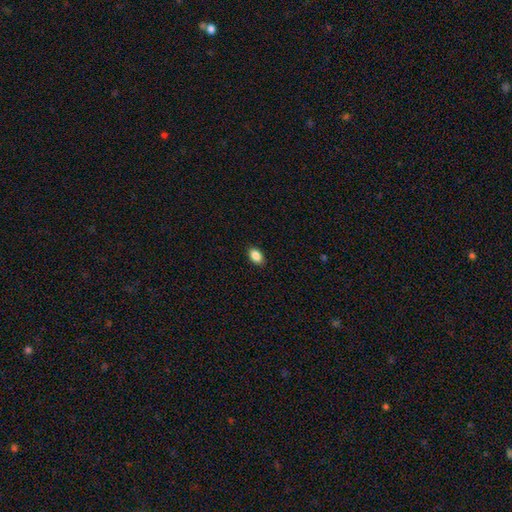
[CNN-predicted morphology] This appears to be a smooth galaxy with no disk features (89%) that is in between round and cigar-shaped (86%). Merging: none (89%).